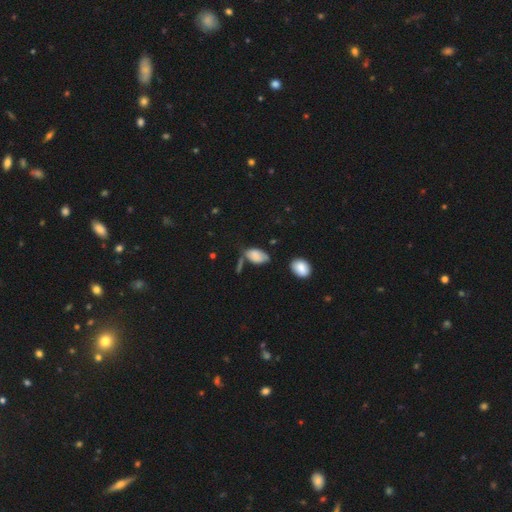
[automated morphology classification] Smooth or featured? smooth (77%)
How rounded? in between (93%)
Merging? none (43%)